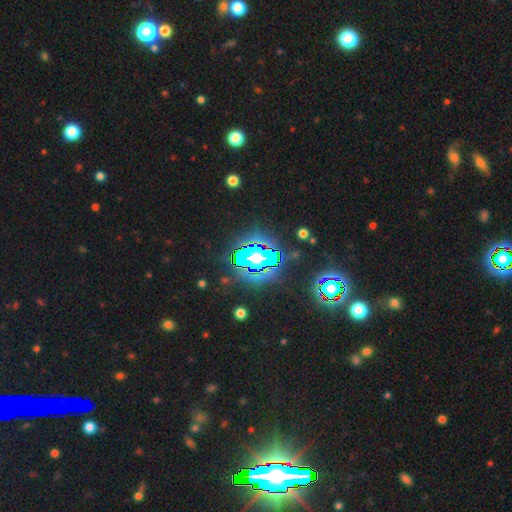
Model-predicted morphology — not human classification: smooth_or_featured: star or artifact (p=0.76) [alt: smooth p=0.13]